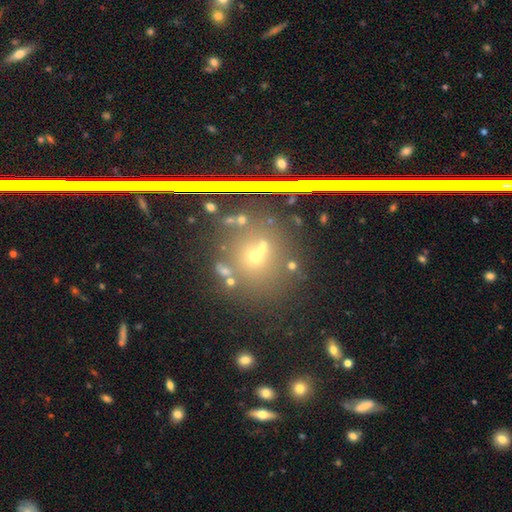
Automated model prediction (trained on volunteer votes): Smooth or featured? Predicted: smooth (p=0.47). Merging? Predicted: none (p=0.65).